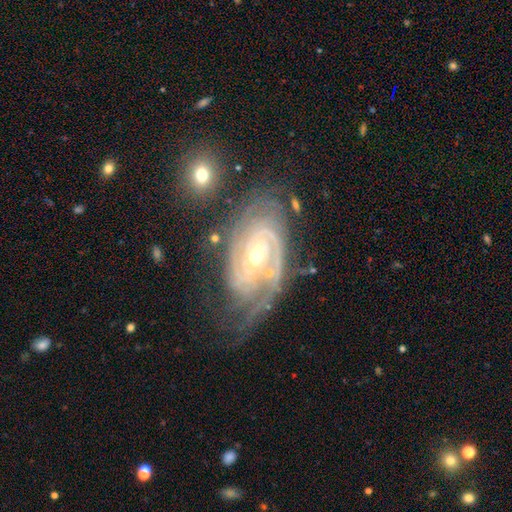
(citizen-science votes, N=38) A featured or disk galaxy (100%) with no bar (65%), 2 (50%) tight (69%) spiral arms (97%) and a small central bulge (59%).

Vote fractions:
- Smooth or featured? featured or disk: 100% / smooth: 0% / star or artifact: 0%
- Edge-on disk? no: 97% / yes: 3%
- Bar? no: 65% / weak: 24% / strong: 11%
- Spiral arms? yes: 97% / no: 3%
- Spiral winding? tight: 69% / medium: 28% / loose: 3%
- Spiral arm count? 2: 50% / can't tell: 17% / 3: 11% / 4: 11% / more than 4: 11% / 1: 0%
- Bulge size? small: 59% / moderate: 38% / dominant: 3% / large: 0% / none: 0%
- Merging? none: 68% / minor disturbance: 26% / major disturbance: 5% / merger: 0%